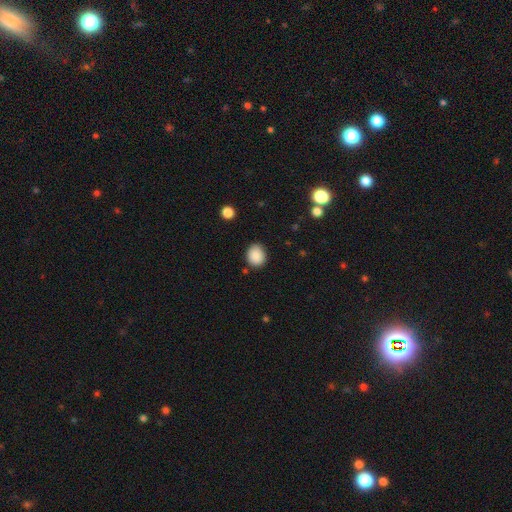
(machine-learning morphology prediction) A smooth galaxy with no disk features (88%) that is round (60%). Merging: none (84%).